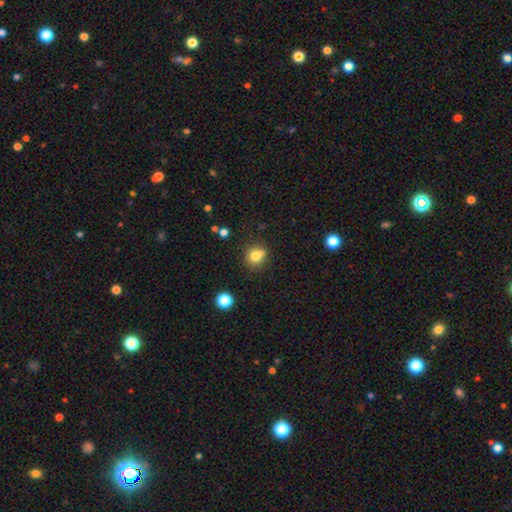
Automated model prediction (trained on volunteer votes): This appears to be a smooth galaxy with no disk features (79%) that is round (80%). Merging: none (67%).